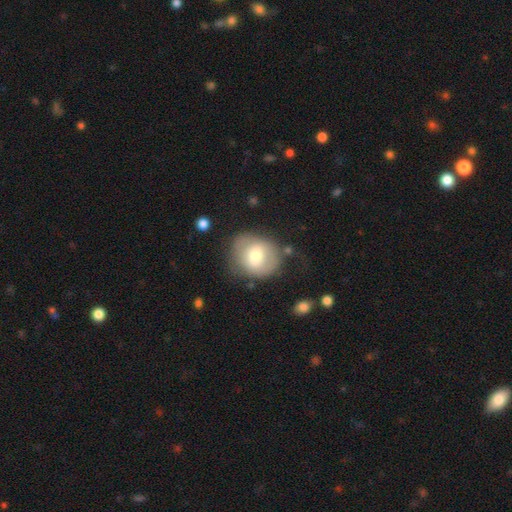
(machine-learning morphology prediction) Smooth or featured? Predicted: smooth (p=0.60). How rounded? Predicted: round (p=0.70). Merging? Predicted: none (p=0.67).